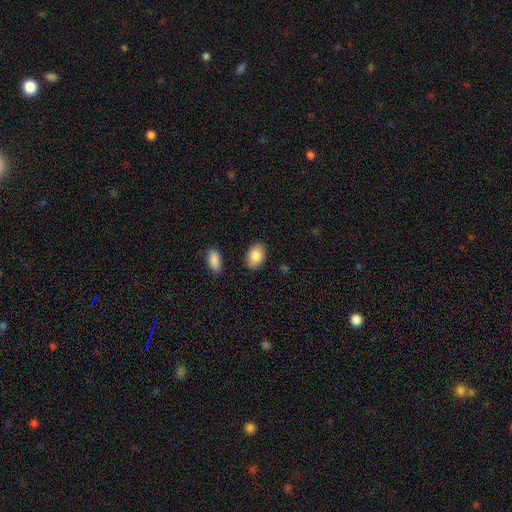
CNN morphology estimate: Smooth or featured? Predicted: smooth (p=0.86). How rounded? Predicted: in between (p=0.89). Merging? Predicted: none (p=0.85).